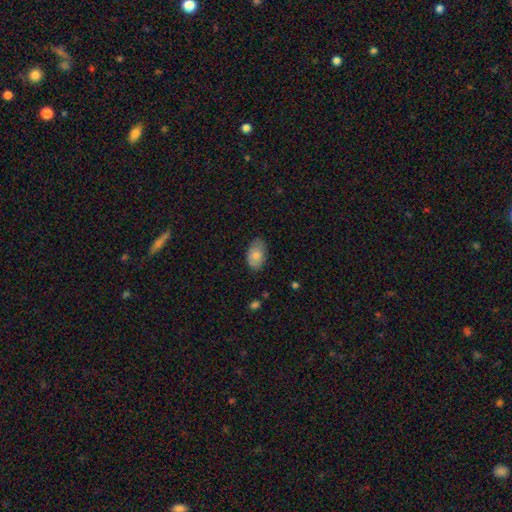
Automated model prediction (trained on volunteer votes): A smooth galaxy with no disk features (77%) that is in between round and cigar-shaped (90%). Merging: none (75%).